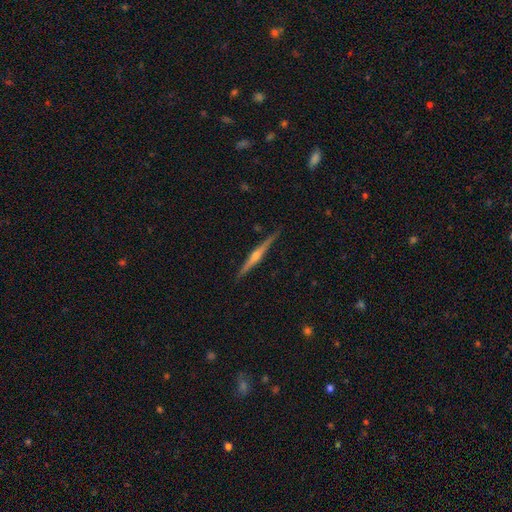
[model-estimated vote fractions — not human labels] Overall: featured or disk (82%). Edge-on disk: yes (98%). Edge-on bulge: rounded (88%). Merging: none (91%).